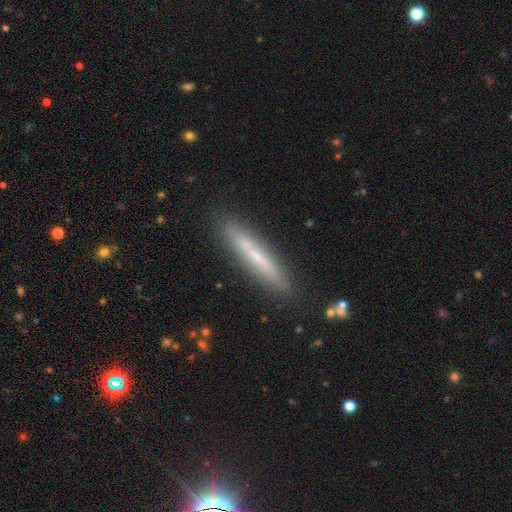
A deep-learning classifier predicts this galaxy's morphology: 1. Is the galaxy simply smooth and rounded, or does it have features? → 49% featured or disk, 43% smooth, 8% star or artifact.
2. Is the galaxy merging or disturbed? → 86% none, 9% minor disturbance, 2% merger, 2% major disturbance.